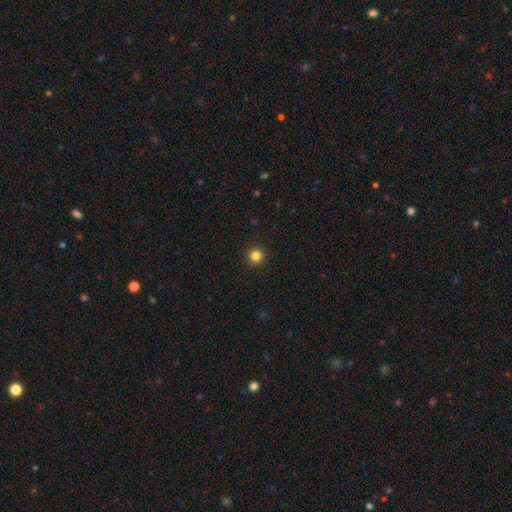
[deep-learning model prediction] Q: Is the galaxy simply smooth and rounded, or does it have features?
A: smooth — 83%.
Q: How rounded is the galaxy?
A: round — 95%.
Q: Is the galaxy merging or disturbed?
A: none — 92%.